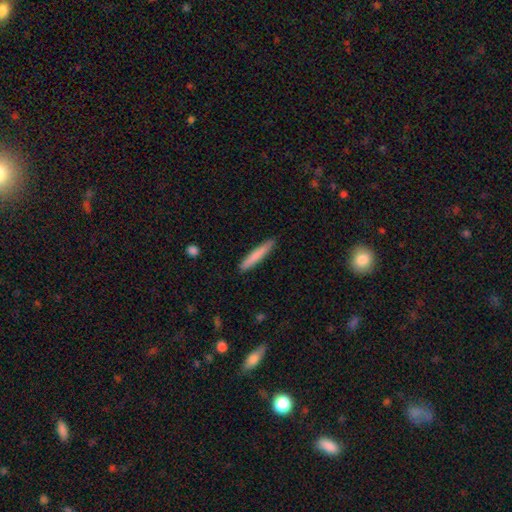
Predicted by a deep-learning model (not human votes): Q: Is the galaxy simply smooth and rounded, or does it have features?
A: smooth — 78%.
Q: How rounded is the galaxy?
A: cigar-shaped — 95%.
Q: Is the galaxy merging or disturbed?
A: none — 89%.